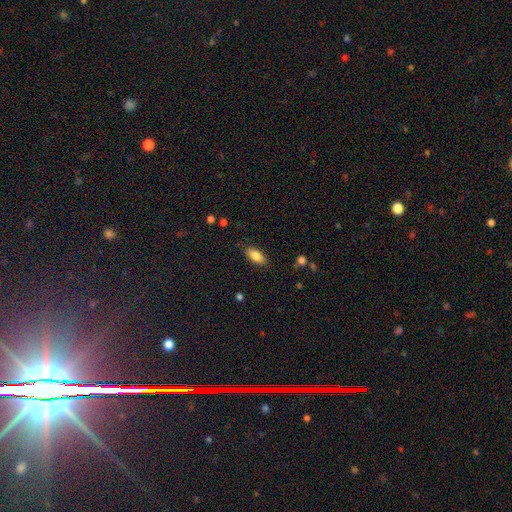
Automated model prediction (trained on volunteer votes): The model was most divided on "merging": none: 82%, minor disturbance: 13%, major disturbance: 3%, merger: 1%. More confident: how rounded — in between (87%); smooth or featured — smooth (82%).